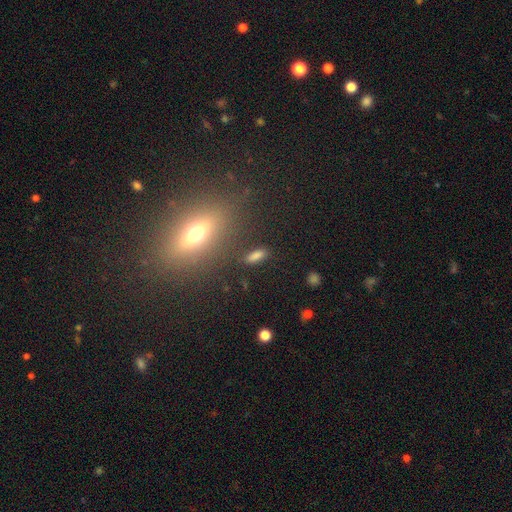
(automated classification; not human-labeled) This appears to be a smooth galaxy with no disk features (61%) that is in between round and cigar-shaped (55%). Merging: none (80%).